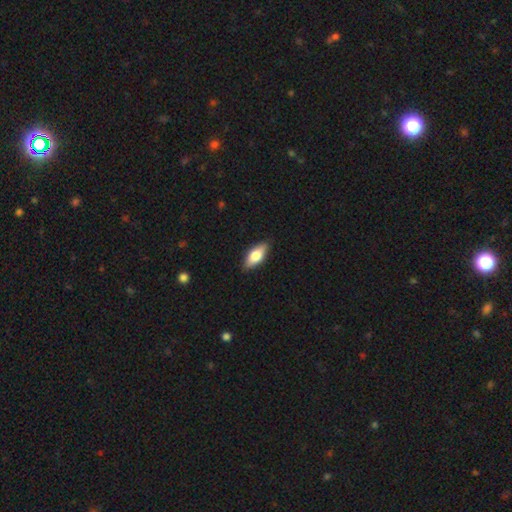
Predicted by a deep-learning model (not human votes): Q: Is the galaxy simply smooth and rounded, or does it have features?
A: smooth — 73%.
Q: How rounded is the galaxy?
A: in between — 82%.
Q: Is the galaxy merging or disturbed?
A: none — 87%.